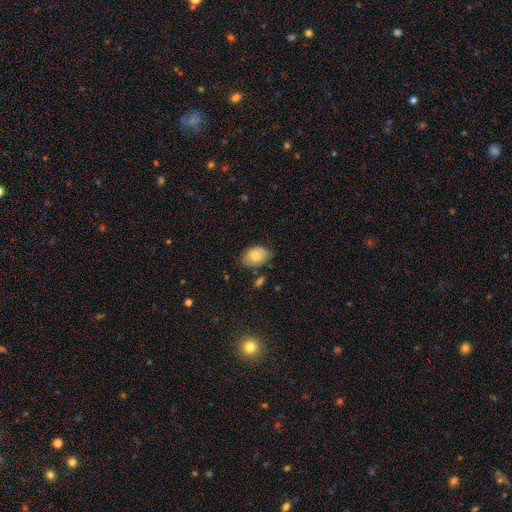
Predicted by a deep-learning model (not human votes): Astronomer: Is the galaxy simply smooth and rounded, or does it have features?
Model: smooth — 73%.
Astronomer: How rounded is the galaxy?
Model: in between — 82%.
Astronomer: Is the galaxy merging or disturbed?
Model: none — 74%.